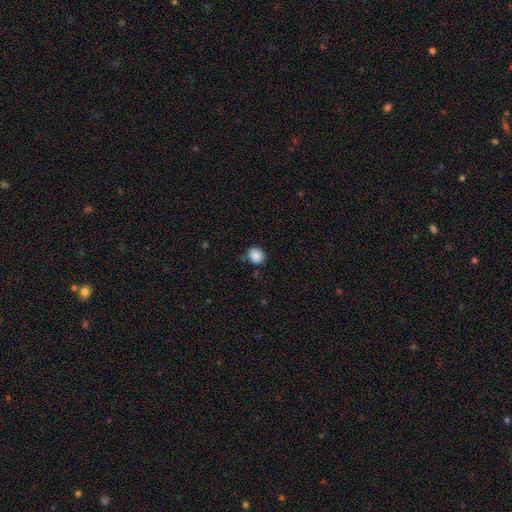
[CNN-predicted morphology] Q: Smooth or featured?
A: smooth (86%); runner-up: star or artifact (9%)
Q: How rounded?
A: round (79%); runner-up: in between (20%)
Q: Merging?
A: none (81%); runner-up: minor disturbance (14%)